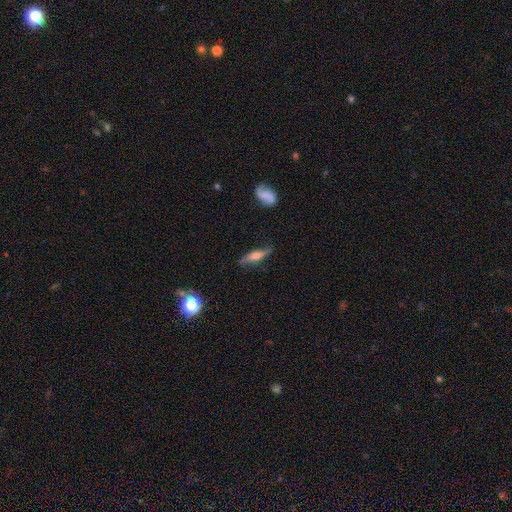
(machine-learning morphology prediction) Smooth or featured? Predicted: featured or disk (p=0.50). Edge-on disk? Predicted: yes (p=0.70). Merging? Predicted: none (p=0.71).